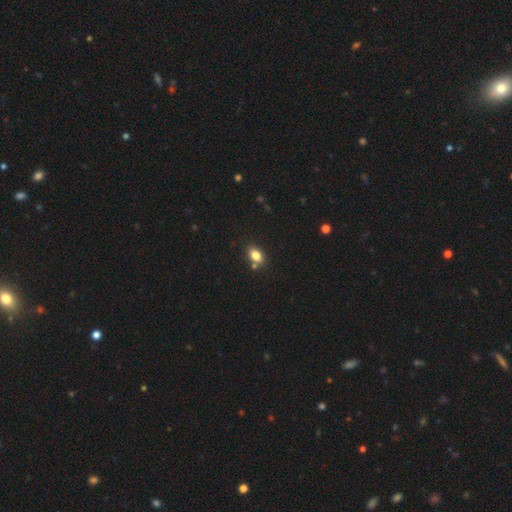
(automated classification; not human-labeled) smooth_or_featured: smooth (p=0.82) [alt: star or artifact p=0.10]
how_rounded: in between (p=0.79) [alt: round p=0.19]
merging: none (p=0.73) [alt: merger p=0.13]